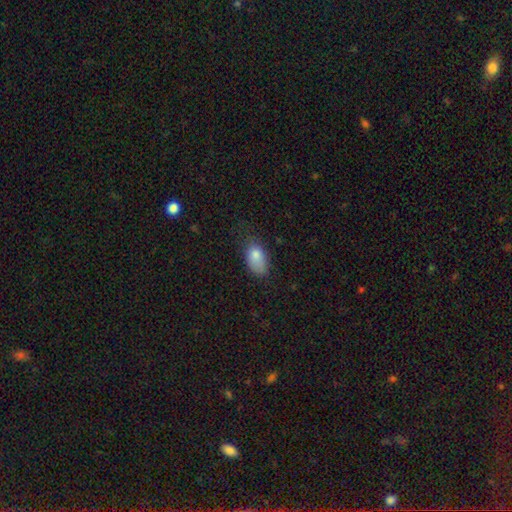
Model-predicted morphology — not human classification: Overall: smooth (82%). How rounded: in between (90%). Merging: none (50%; minor disturbance 35%).